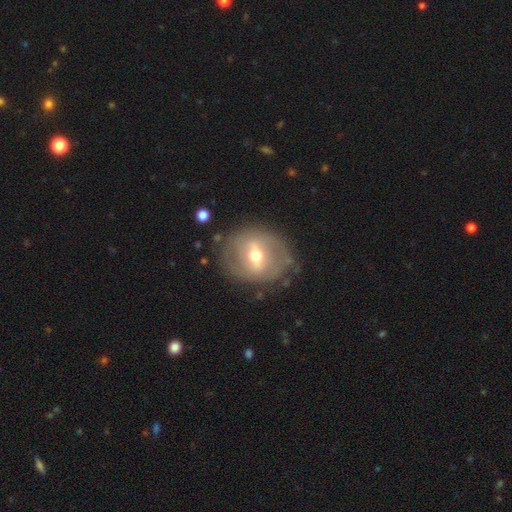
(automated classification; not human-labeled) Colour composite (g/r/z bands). It shows a featured or disk galaxy (64%) with a weak bar (45%), no spiral arms (50%, tied with yes) and a moderate central bulge (70%). Merging: none (75%).